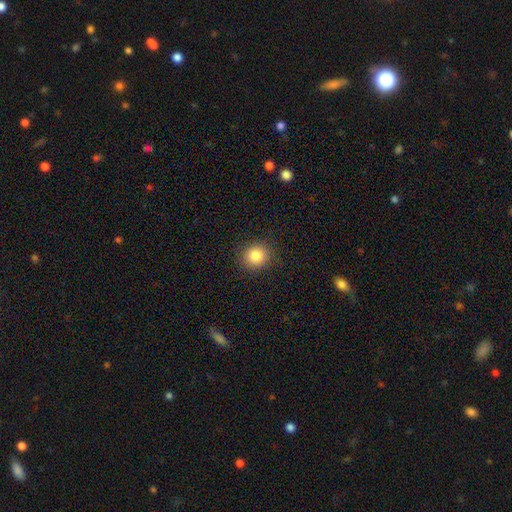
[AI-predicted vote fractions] Overall: smooth (86%). How rounded: round (84%). Merging: none (89%).